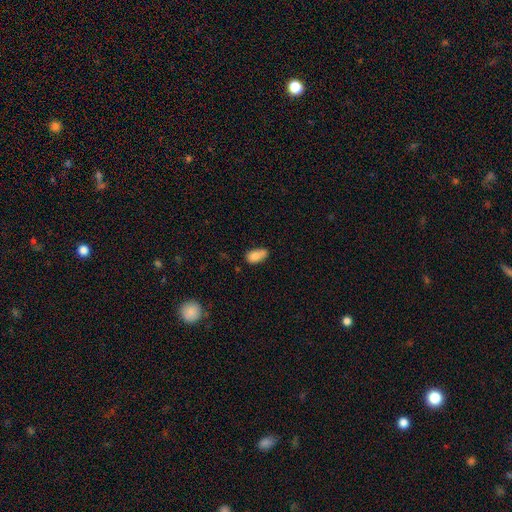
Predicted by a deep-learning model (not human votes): The model was most divided on "merging": none: 45%, minor disturbance: 31%, merger: 16%, major disturbance: 8%. More confident: how rounded — in between (90%); smooth or featured — smooth (82%).